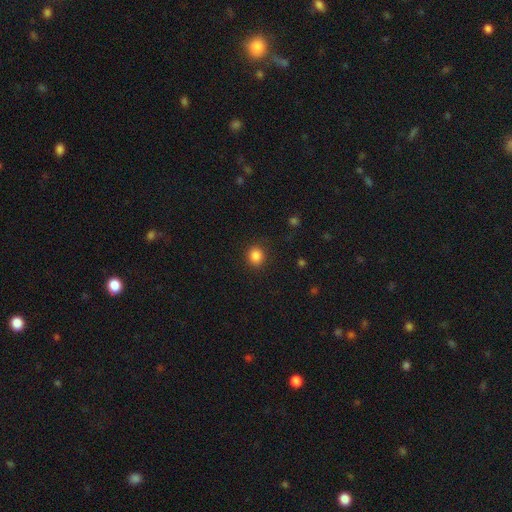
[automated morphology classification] smooth_or_featured: smooth (p=0.85) [alt: star or artifact p=0.11]
how_rounded: round (p=0.82) [alt: in between p=0.17]
merging: none (p=0.89) [alt: minor disturbance p=0.07]